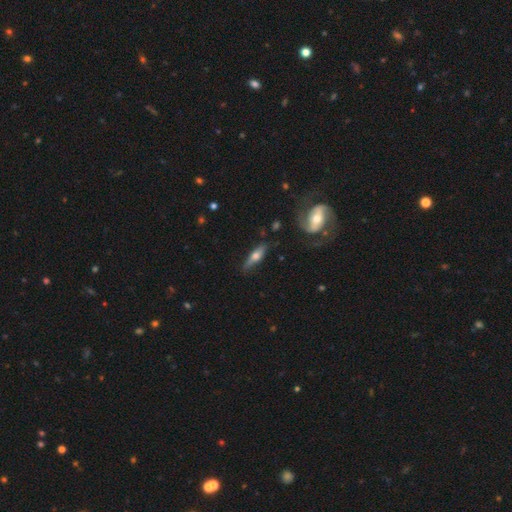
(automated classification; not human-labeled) featured or disk 50%, smooth 44%, star or artifact 6%. Down the decision tree: merging — none (77%).